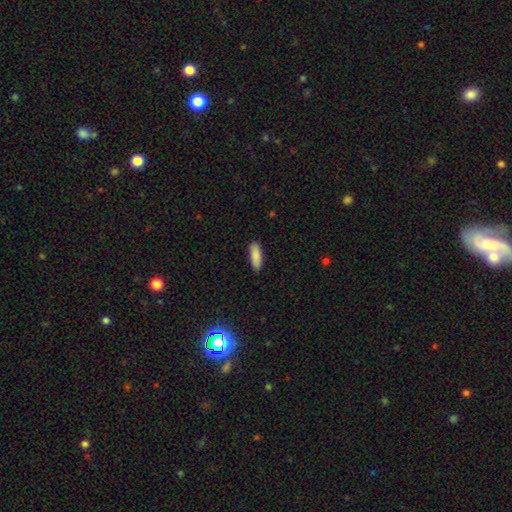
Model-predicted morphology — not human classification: Smooth or featured? Predicted: smooth (p=0.88). How rounded? Predicted: in between (p=0.60). Merging? Predicted: none (p=0.89).